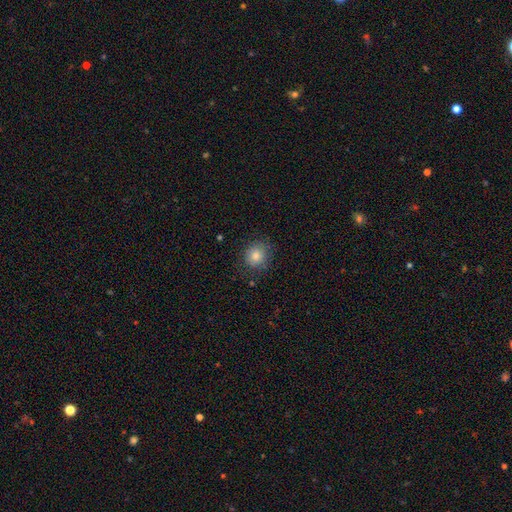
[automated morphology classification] This appears to be a smooth galaxy with no disk features (80%) that is round (80%). Merging: none (82%).